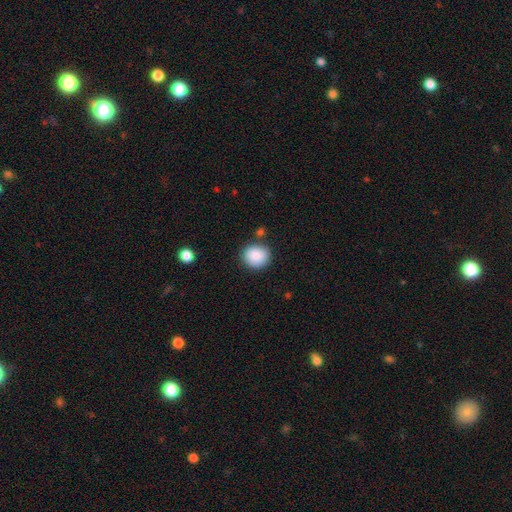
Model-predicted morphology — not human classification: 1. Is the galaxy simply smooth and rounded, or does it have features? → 89% smooth, 8% star or artifact, 4% featured or disk.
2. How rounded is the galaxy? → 79% round, 20% in between, 1% cigar-shaped.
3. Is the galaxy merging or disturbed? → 82% none, 11% minor disturbance, 4% merger, 3% major disturbance.